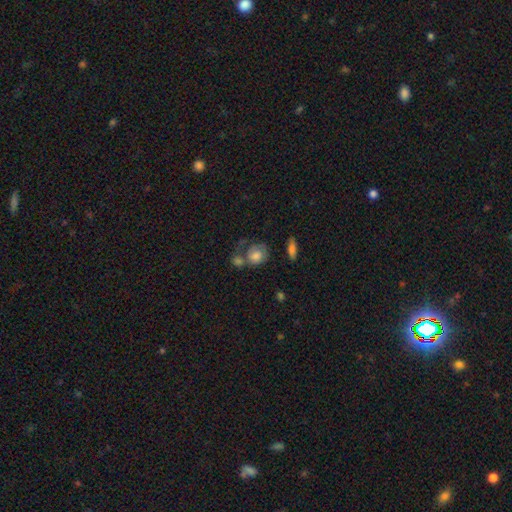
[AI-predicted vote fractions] Smooth or featured? Predicted: smooth (p=0.65). How rounded? Predicted: round (p=0.67). Merging? Predicted: merger (p=0.35).